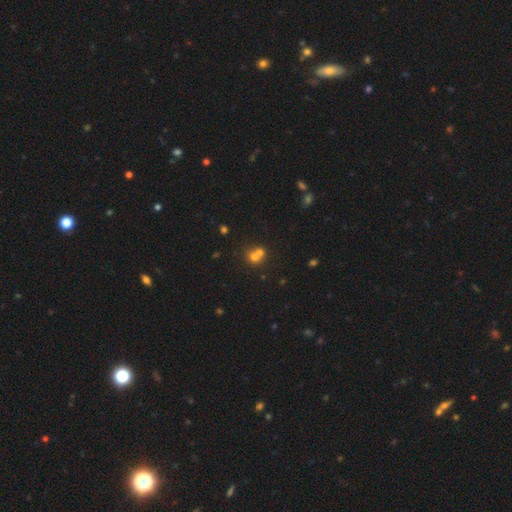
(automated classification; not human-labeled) smooth_or_featured: smooth (p=0.64) [alt: featured or disk p=0.18]
how_rounded: round (p=0.81) [alt: in between p=0.18]
merging: merger (p=0.60) [alt: none p=0.32]